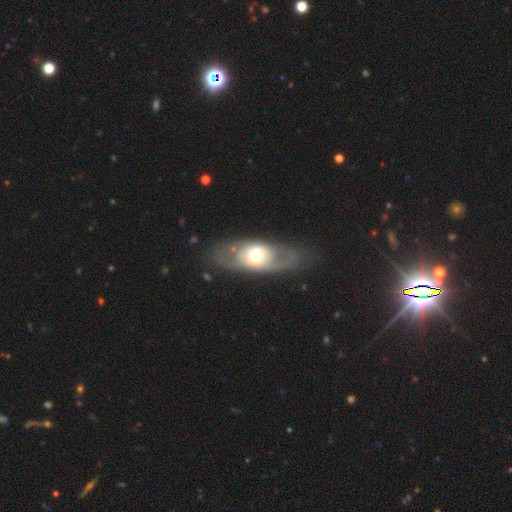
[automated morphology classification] The model was most divided on "smooth or featured": featured or disk: 58%, smooth: 36%, star or artifact: 6%. More confident: edge-on disk — no (85%); merging — none (67%).